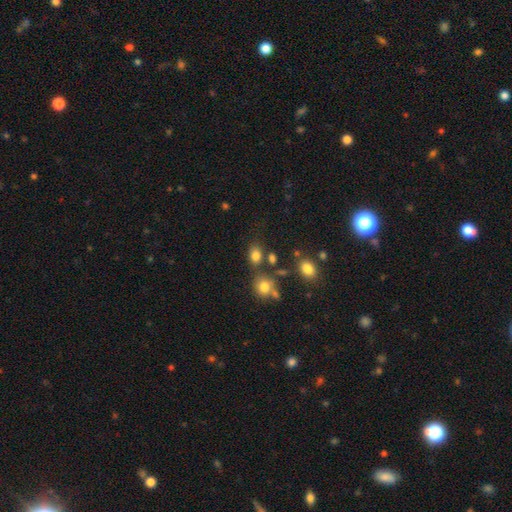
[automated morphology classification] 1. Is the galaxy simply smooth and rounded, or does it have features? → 80% smooth, 13% star or artifact, 7% featured or disk.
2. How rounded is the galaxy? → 67% in between, 31% round, 2% cigar-shaped.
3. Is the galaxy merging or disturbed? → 67% none, 14% merger, 14% minor disturbance, 6% major disturbance.